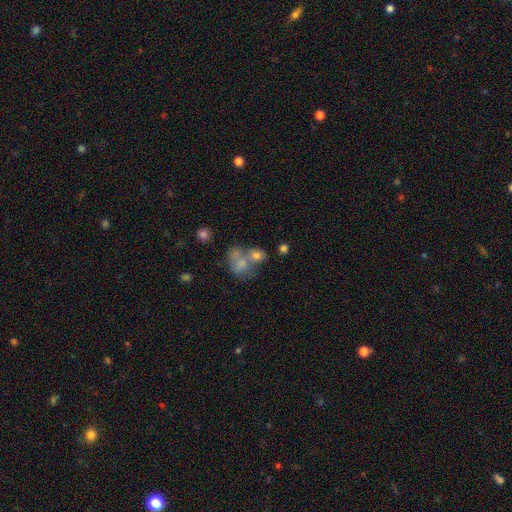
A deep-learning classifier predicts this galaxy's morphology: smooth-or-featured: smooth: 64% | featured or disk: 22% | star or artifact: 14%
  how-rounded: in between: 52% | round: 46% | cigar-shaped: 2%
  merging: merger: 53% | none: 28% | minor disturbance: 10% | major disturbance: 8%